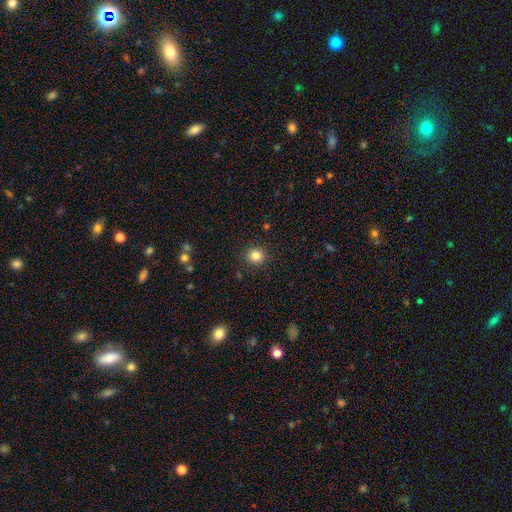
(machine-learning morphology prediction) smooth-or-featured: smooth: 84% | star or artifact: 11% | featured or disk: 5%
  how-rounded: round: 90% | in between: 9% | cigar-shaped: 1%
  merging: none: 91% | minor disturbance: 6% | major disturbance: 2% | merger: 1%